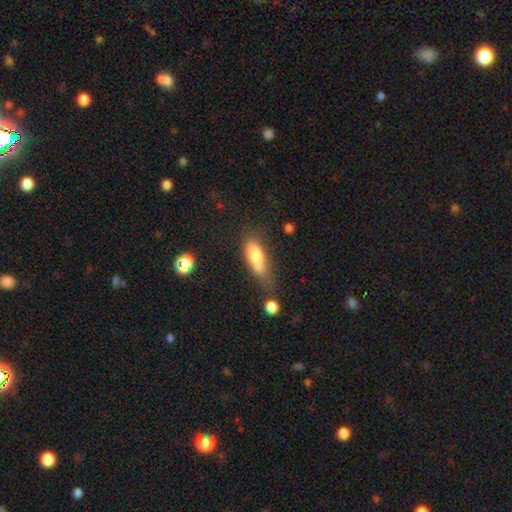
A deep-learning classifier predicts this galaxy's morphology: Smooth or featured?
  - smooth: 71% *
  - featured or disk: 20%
  - star or artifact: 9%
How rounded?
  - in between: 69% *
  - cigar-shaped: 26%
  - round: 5%
Merging?
  - none: 29% *
  - merger: 26%
  - minor disturbance: 26%
  - major disturbance: 19%